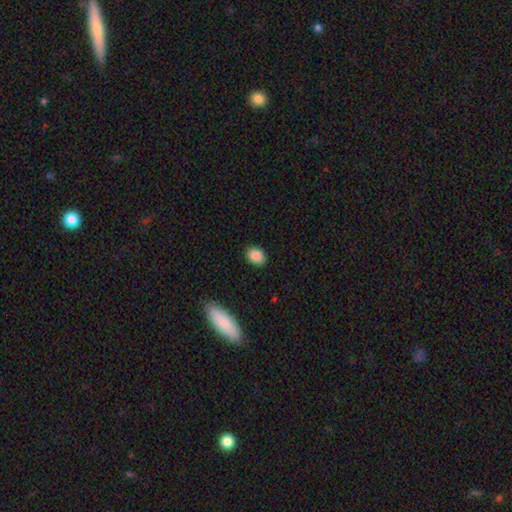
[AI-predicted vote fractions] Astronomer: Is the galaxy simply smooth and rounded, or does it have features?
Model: smooth — 88%.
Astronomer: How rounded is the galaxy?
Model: in between — 59% (runner-up: round, 40%).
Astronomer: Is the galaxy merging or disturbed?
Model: none — 88%.